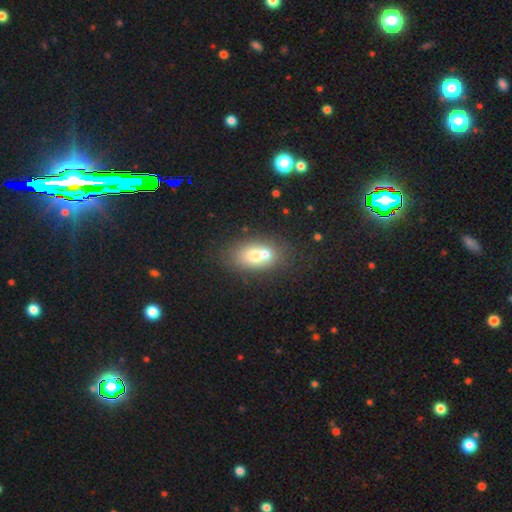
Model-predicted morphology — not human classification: Smooth or featured?
  - smooth: 64% *
  - featured or disk: 25%
  - star or artifact: 10%
How rounded?
  - in between: 76% *
  - round: 22%
  - cigar-shaped: 2%
Merging?
  - merger: 58% *
  - none: 30%
  - minor disturbance: 9%
  - major disturbance: 4%